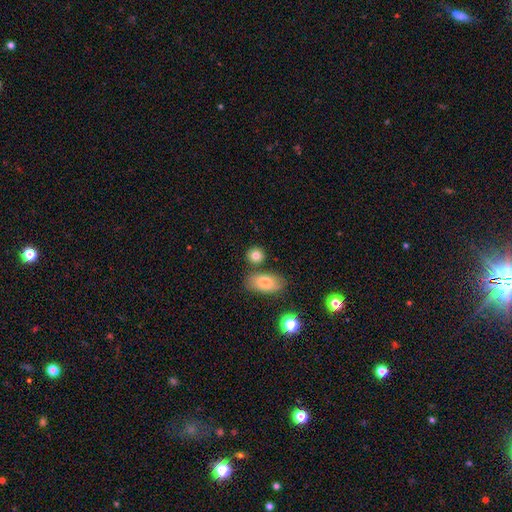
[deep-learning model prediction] Q: Smooth or featured?
A: smooth (82%); runner-up: star or artifact (10%)
Q: How rounded?
A: round (71%); runner-up: in between (27%)
Q: Merging?
A: none (75%); runner-up: merger (12%)